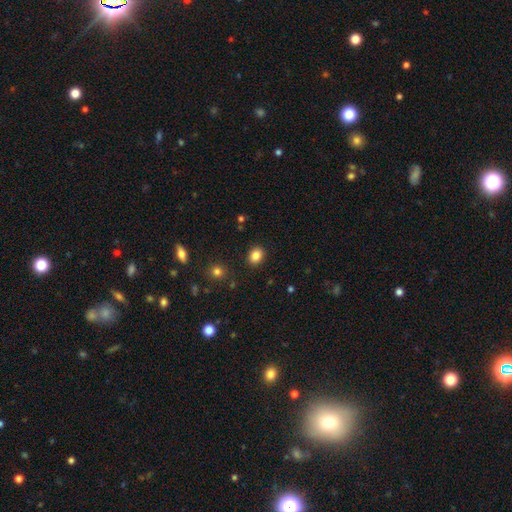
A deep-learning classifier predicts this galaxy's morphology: type=smooth (85%); roundness=in between (52%); merging=none (89%).